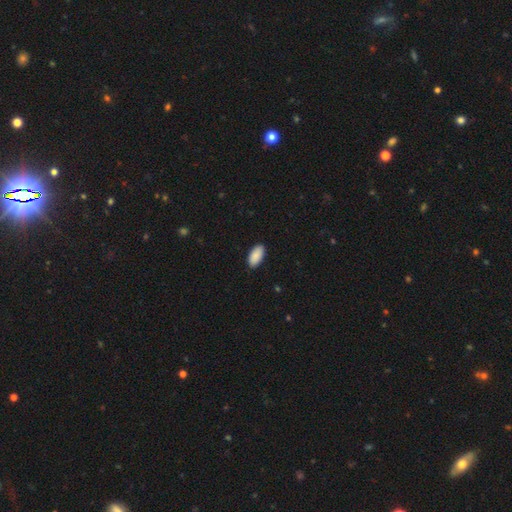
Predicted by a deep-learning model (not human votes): smooth 91%, star or artifact 6%, featured or disk 3%. Down the decision tree: how rounded — in between (95%); merging — none (90%).